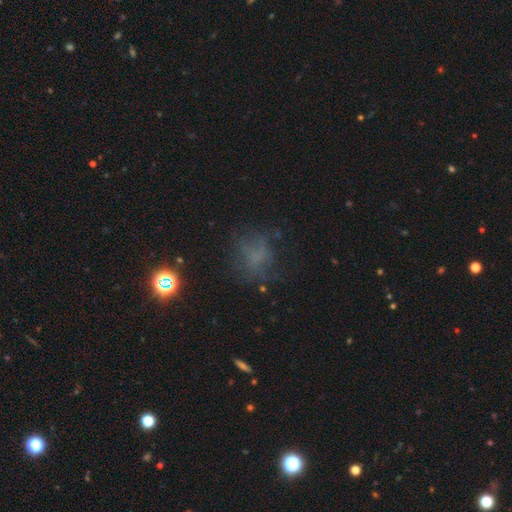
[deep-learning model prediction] smooth 44%, star or artifact 29%, featured or disk 27%. Down the decision tree: merging — none (59%).